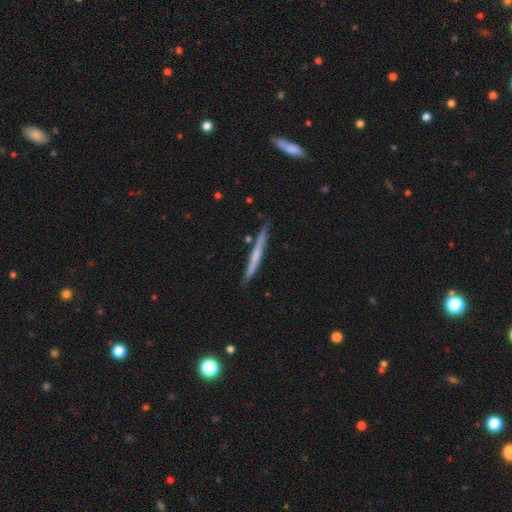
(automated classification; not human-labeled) Q: Smooth or featured?
A: featured or disk (48%); runner-up: smooth (46%)
Q: Merging?
A: none (85%); runner-up: minor disturbance (10%)